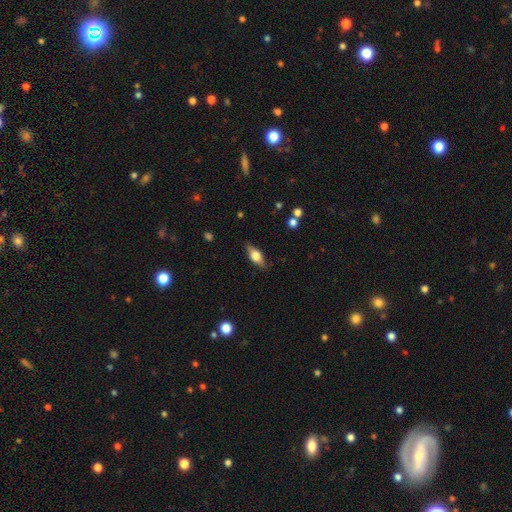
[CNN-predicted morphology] Smooth or featured?
  - smooth: 59% *
  - featured or disk: 34%
  - star or artifact: 7%
How rounded?
  - in between: 76% *
  - cigar-shaped: 20%
  - round: 4%
Merging?
  - none: 84% *
  - minor disturbance: 12%
  - major disturbance: 3%
  - merger: 1%